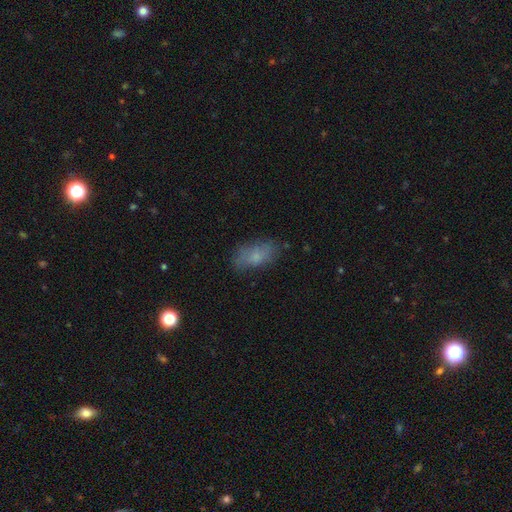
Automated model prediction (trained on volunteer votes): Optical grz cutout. It shows a smooth galaxy with no disk features (71%) that is in between round and cigar-shaped (88%). Merging: none (70%).